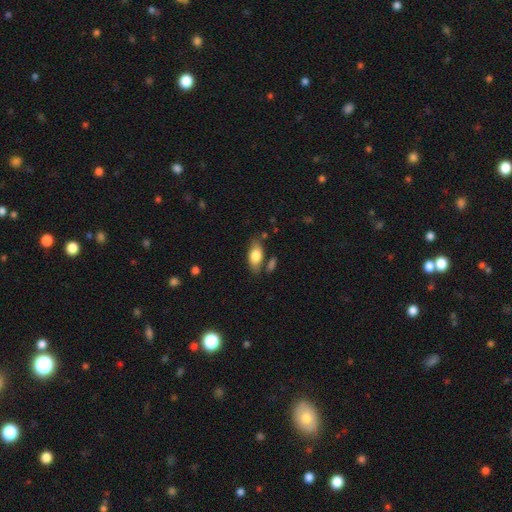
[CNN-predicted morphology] Smooth or featured: smooth — 76% (featured or disk — 17%)
How rounded: in between — 87% (cigar-shaped — 8%)
Merging: none — 70% (minor disturbance — 17%)